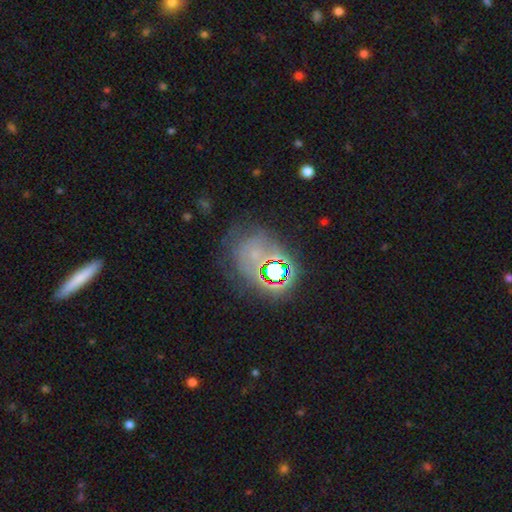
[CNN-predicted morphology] smooth-or-featured: star or artifact: 53% | smooth: 24% | featured or disk: 24%